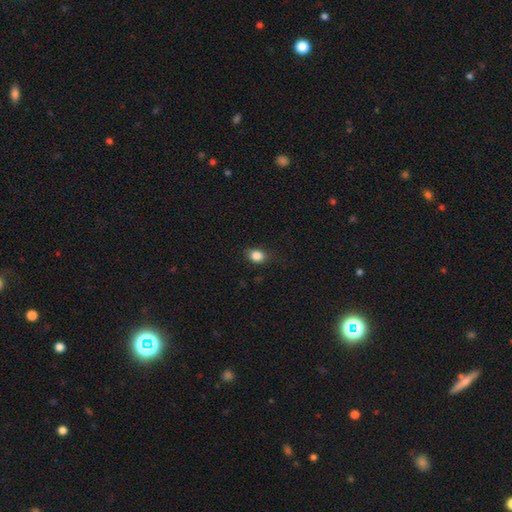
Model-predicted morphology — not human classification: Smooth or featured?
  - smooth: 85% *
  - star or artifact: 10%
  - featured or disk: 5%
How rounded?
  - in between: 56% *
  - round: 43%
  - cigar-shaped: 1%
Merging?
  - none: 75% *
  - minor disturbance: 19%
  - major disturbance: 4%
  - merger: 1%